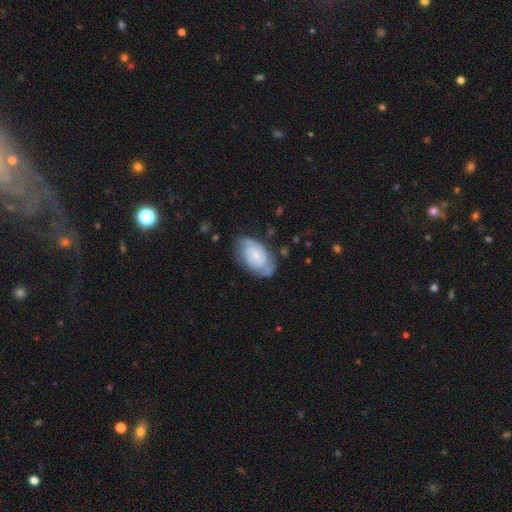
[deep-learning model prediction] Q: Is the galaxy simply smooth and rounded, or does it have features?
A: featured or disk — 70%.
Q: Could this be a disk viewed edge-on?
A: no — 96%.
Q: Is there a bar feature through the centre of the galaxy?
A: no — 64%.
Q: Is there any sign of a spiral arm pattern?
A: yes — 93%.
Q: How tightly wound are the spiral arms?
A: tight — 53%.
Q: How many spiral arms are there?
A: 2 — 65%.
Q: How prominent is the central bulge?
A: small — 59%.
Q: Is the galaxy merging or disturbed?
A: none — 70%.